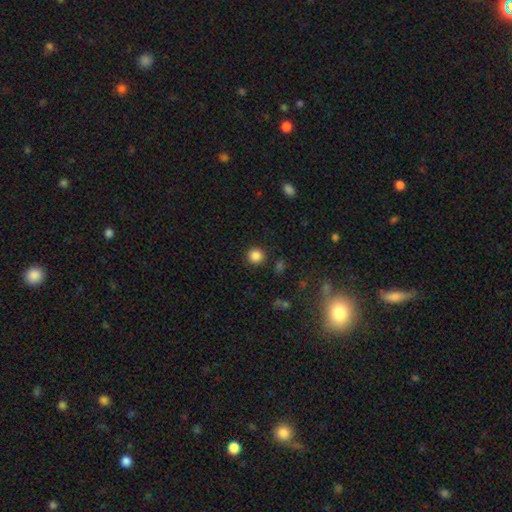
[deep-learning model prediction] smooth_or_featured: smooth (p=0.85) [alt: star or artifact p=0.12]
how_rounded: round (p=0.94) [alt: in between p=0.05]
merging: none (p=0.90) [alt: minor disturbance p=0.06]